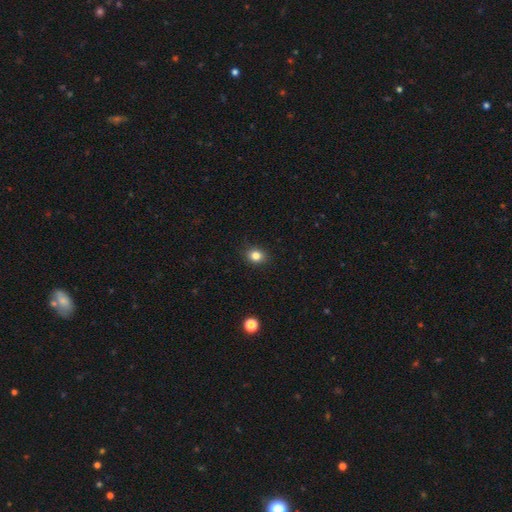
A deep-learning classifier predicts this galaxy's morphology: smooth 82%, star or artifact 12%, featured or disk 6%. Down the decision tree: how rounded — round (59%); merging — none (89%).